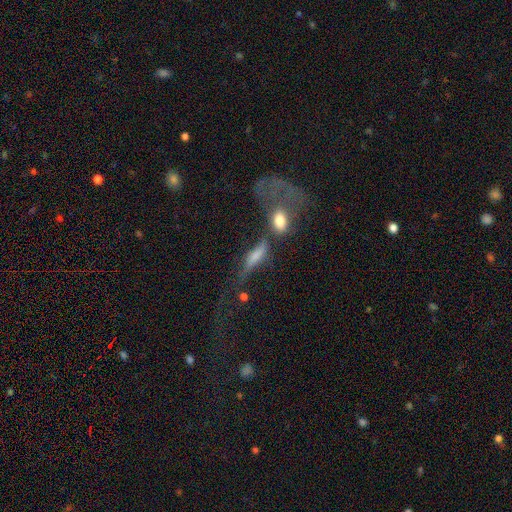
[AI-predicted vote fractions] Smooth or featured: smooth — 57% (featured or disk — 31%)
How rounded: cigar-shaped — 58% (in between — 35%)
Merging: none — 33% (merger — 28%)